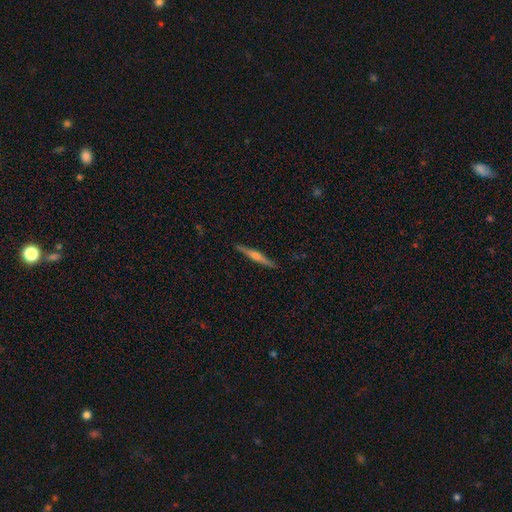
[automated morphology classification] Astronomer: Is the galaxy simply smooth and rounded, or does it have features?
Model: featured or disk — 66%.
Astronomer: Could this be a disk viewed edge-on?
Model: yes — 98%.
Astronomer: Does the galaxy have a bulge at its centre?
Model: rounded — 79%.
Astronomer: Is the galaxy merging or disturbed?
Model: none — 90%.